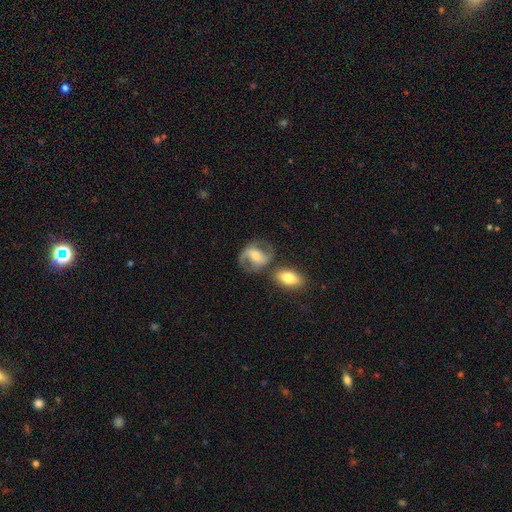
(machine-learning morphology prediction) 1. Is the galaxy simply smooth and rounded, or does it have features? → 78% featured or disk, 15% smooth, 7% star or artifact.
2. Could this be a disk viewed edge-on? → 96% no, 4% yes.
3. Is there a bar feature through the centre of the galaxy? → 37% weak, 35% strong, 28% no.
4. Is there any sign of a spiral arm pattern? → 93% yes, 7% no.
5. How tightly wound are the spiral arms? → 54% medium, 30% loose, 16% tight.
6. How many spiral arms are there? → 91% 2, 4% can't tell, 2% 1, 1% 3, 1% 4, 1% more than 4.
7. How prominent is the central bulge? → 54% moderate, 38% small, 5% large, 2% none, 1% dominant.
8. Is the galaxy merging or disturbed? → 65% none, 14% minor disturbance, 14% merger, 7% major disturbance.